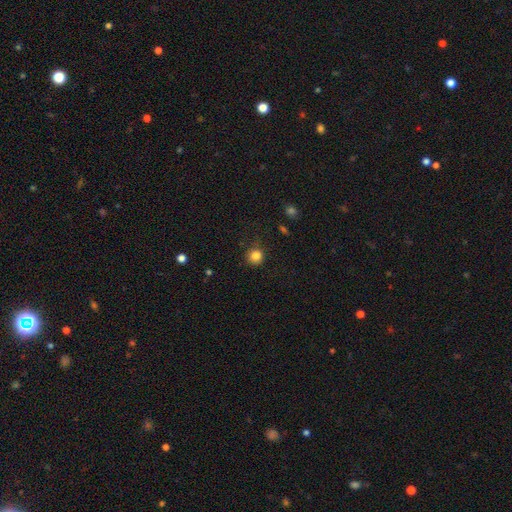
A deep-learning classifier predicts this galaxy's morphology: This is clearly a smooth galaxy (83%). How rounded: clearly round (91%). Merging: clearly none (82%).